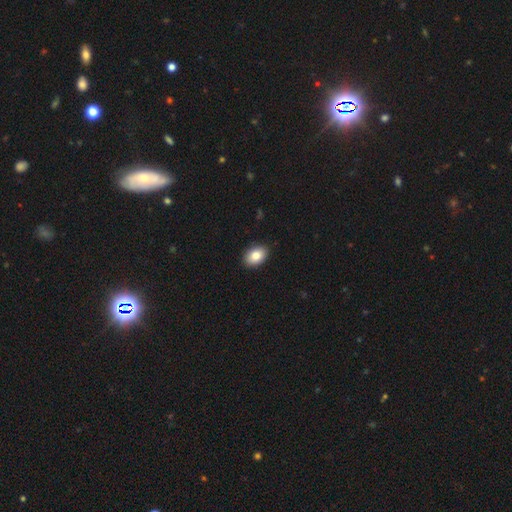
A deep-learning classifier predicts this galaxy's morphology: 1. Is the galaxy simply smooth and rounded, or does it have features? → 84% smooth, 9% featured or disk, 8% star or artifact.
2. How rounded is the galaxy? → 86% in between, 13% round, 1% cigar-shaped.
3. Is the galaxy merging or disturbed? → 89% none, 8% minor disturbance, 2% major disturbance, 1% merger.